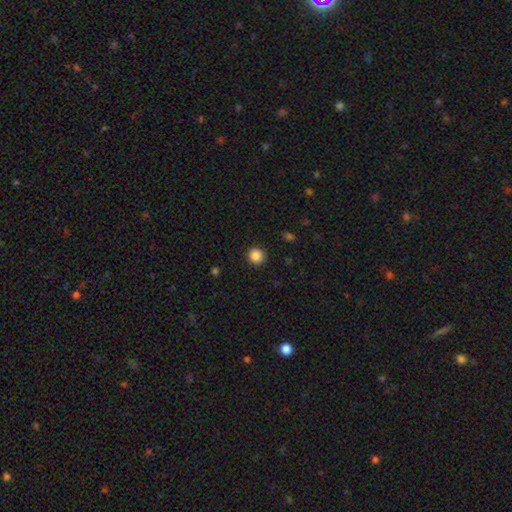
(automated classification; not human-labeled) Smooth or featured: smooth — 87% (star or artifact — 10%)
How rounded: round — 93% (in between — 6%)
Merging: none — 92% (minor disturbance — 5%)